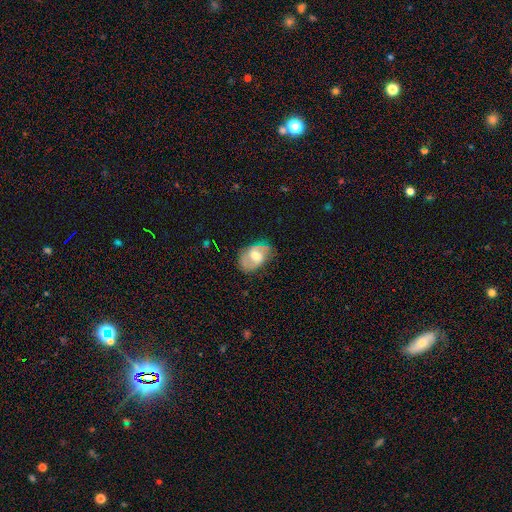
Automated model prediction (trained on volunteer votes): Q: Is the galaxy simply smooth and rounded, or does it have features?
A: featured or disk — 68%.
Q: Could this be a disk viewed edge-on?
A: no — 96%.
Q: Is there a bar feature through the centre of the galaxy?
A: weak — 52%.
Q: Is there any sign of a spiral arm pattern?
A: yes — 85%.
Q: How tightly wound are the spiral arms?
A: medium — 48%.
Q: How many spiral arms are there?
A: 2 — 81%.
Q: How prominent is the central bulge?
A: moderate — 67%.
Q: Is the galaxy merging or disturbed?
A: none — 70%.